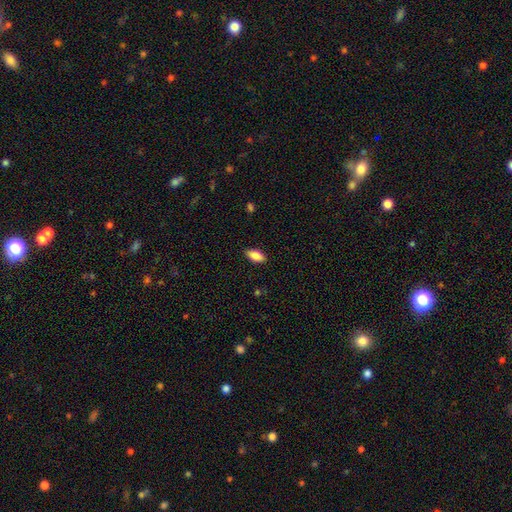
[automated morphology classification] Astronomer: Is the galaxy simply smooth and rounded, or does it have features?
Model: smooth — 86%.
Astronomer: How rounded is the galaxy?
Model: in between — 89%.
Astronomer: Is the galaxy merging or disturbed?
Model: none — 87%.